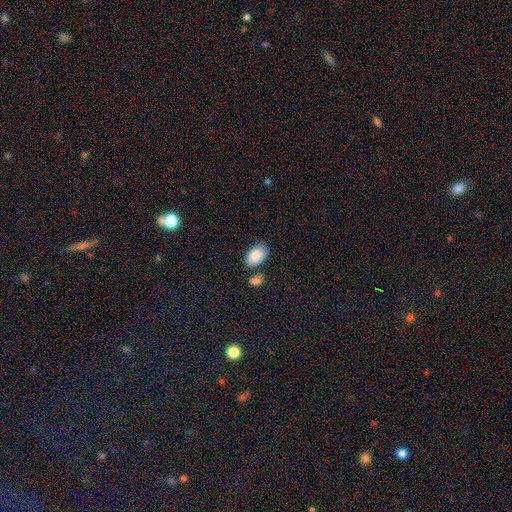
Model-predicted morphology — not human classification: This is clearly a smooth galaxy (86%). How rounded: clearly in between (92%). Merging: possibly none (56%).